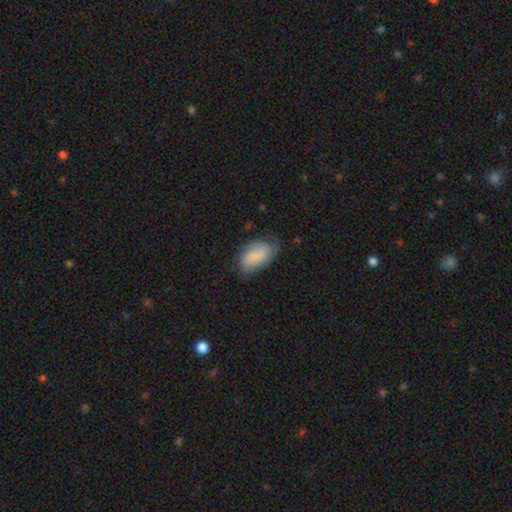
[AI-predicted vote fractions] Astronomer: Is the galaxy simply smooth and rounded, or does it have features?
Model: smooth — 74%.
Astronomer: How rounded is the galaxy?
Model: in between — 91%.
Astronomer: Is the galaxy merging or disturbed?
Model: none — 55% (runner-up: minor disturbance, 33%).